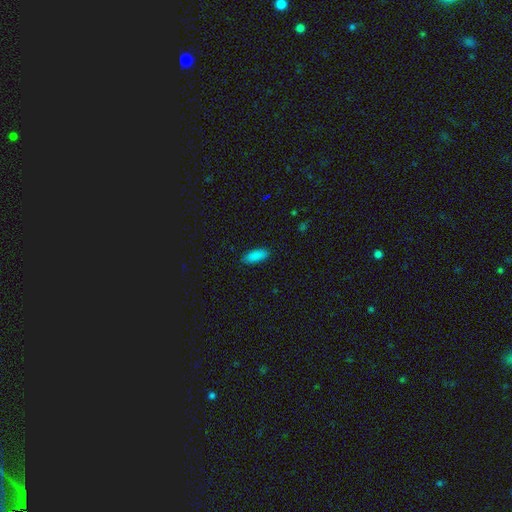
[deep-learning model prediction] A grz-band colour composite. It shows a smooth galaxy with no disk features (89%) that is in between round and cigar-shaped (77%). Merging: none (89%).